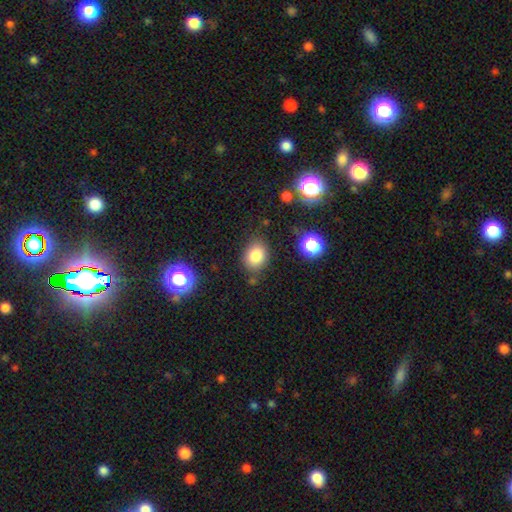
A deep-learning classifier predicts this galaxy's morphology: A smooth galaxy with no disk features (82%) that is in between round and cigar-shaped (56%). Merging: none (78%).